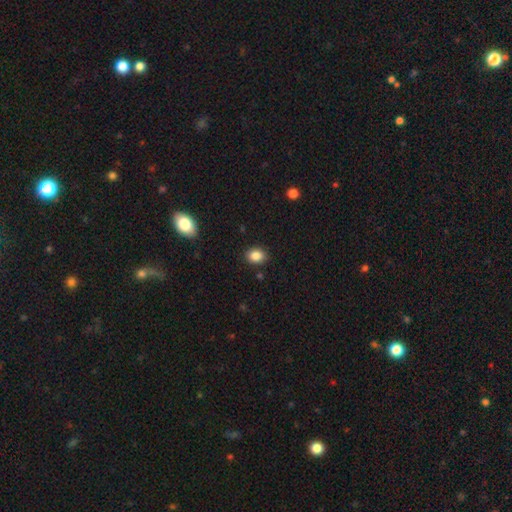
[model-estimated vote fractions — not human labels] Q: Smooth or featured?
A: smooth (87%); runner-up: star or artifact (9%)
Q: How rounded?
A: in between (62%); runner-up: round (37%)
Q: Merging?
A: none (87%); runner-up: minor disturbance (9%)